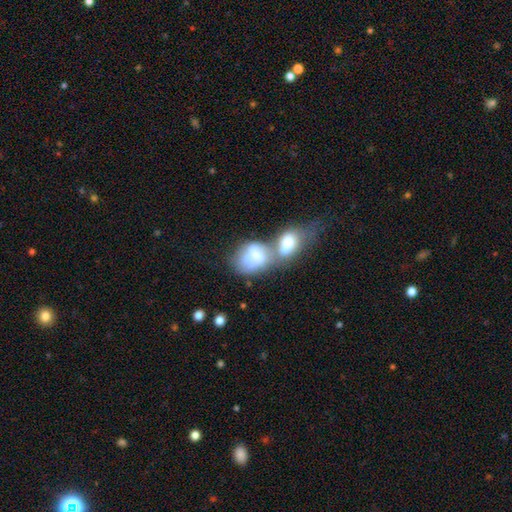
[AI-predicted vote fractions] Smooth or featured?
  - smooth: 50% *
  - featured or disk: 39%
  - star or artifact: 11%
How rounded?
  - in between: 75% *
  - round: 23%
  - cigar-shaped: 3%
Merging?
  - merger: 73% *
  - major disturbance: 10%
  - none: 10%
  - minor disturbance: 7%